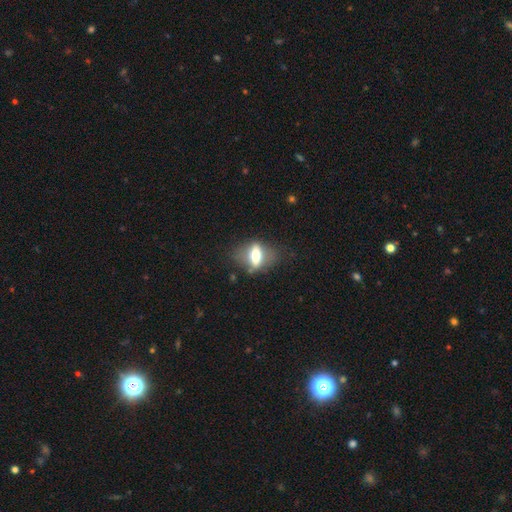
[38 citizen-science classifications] smooth-or-featured: featured or disk: 55% | smooth: 39% | star or artifact: 5%
  disk-edge-on: yes: 71% | no: 29%
    edge-on-bulge: rounded: 73% | boxy: 27% | none: 0%
  merging: none: 75% | minor disturbance: 11% | major disturbance: 11% | merger: 3%